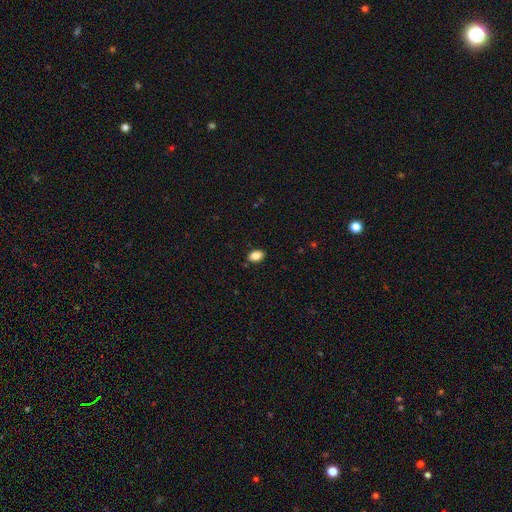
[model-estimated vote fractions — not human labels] This is clearly a smooth galaxy (86%). How rounded: clearly in between (85%). Merging: clearly none (87%).